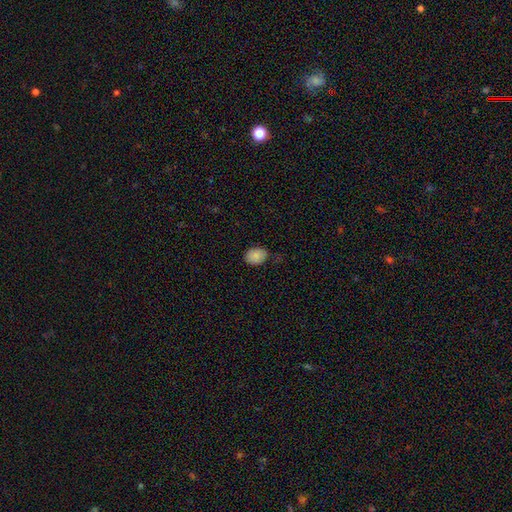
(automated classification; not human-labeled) The model was most divided on "how rounded": in between: 65%, round: 34%, cigar-shaped: 1%. More confident: smooth or featured — smooth (86%); merging — none (71%).